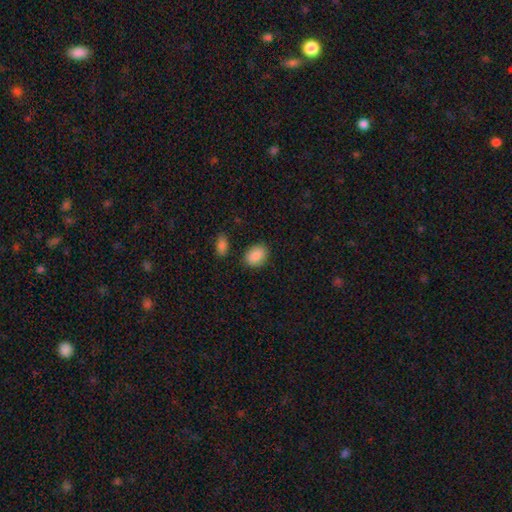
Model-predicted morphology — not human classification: smooth-or-featured: smooth: 88% | star or artifact: 7% | featured or disk: 4%
  how-rounded: in between: 73% | round: 26% | cigar-shaped: 1%
  merging: none: 81% | minor disturbance: 12% | merger: 3% | major disturbance: 3%